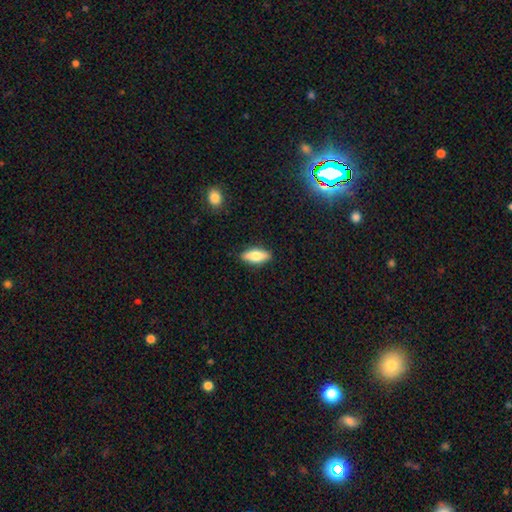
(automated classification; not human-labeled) A smooth galaxy with no disk features (76%) that is in between round and cigar-shaped (78%).

Vote fractions:
- Smooth or featured? smooth: 76% / featured or disk: 17% / star or artifact: 7%
- How rounded? in between: 78% / cigar-shaped: 19% / round: 3%
- Merging? none: 88% / minor disturbance: 9% / major disturbance: 2% / merger: 1%